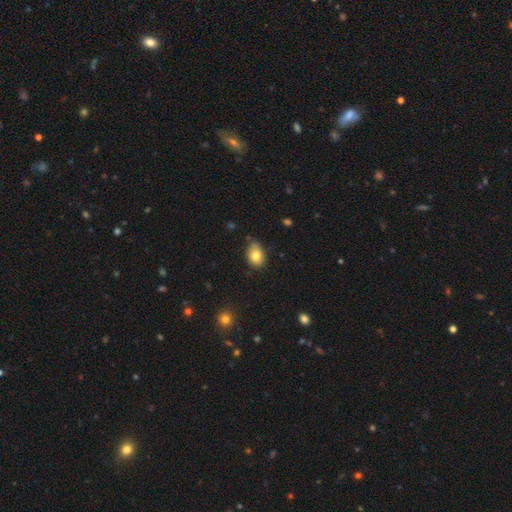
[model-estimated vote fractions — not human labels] Overall: smooth (79%). How rounded: in between (73%). Merging: none (63%; minor disturbance 30%).